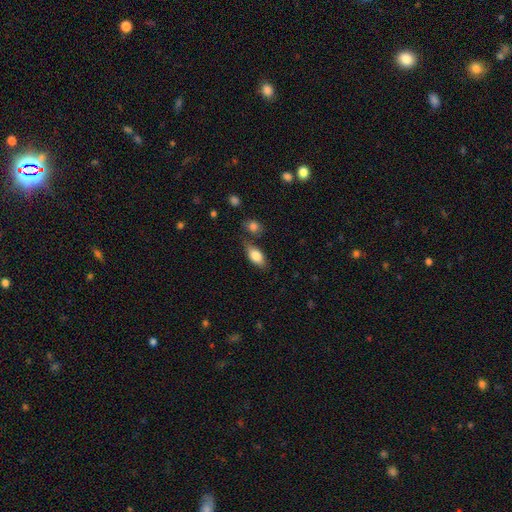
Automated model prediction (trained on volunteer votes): smooth-or-featured: smooth: 81% | featured or disk: 12% | star or artifact: 7%
  how-rounded: in between: 88% | cigar-shaped: 8% | round: 4%
  merging: none: 69% | minor disturbance: 17% | merger: 10% | major disturbance: 4%